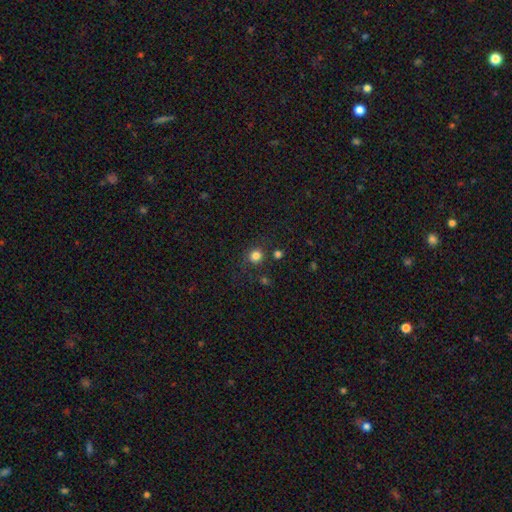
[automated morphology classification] This appears to be a smooth galaxy with no disk features (81%) that is round (88%). Merging: none (81%).